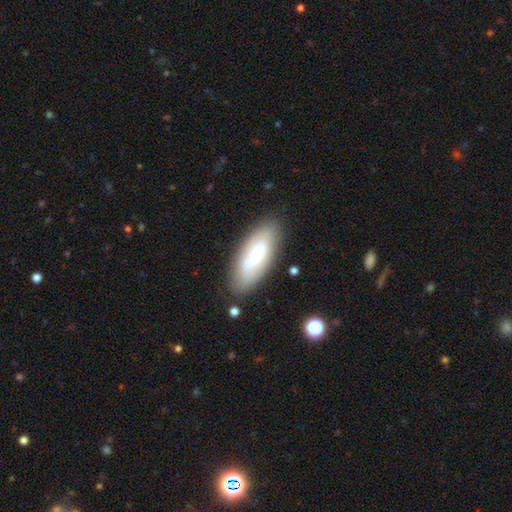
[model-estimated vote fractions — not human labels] This is possibly a smooth galaxy (48%). Merging: clearly none (80%).